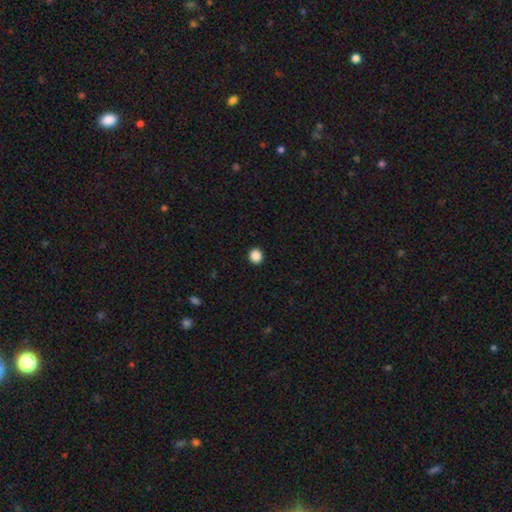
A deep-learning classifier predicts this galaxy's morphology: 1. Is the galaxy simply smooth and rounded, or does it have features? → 88% smooth, 10% star or artifact, 2% featured or disk.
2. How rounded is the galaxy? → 84% round, 15% in between, 1% cigar-shaped.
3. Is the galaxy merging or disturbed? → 93% none, 5% minor disturbance, 2% major disturbance, 1% merger.